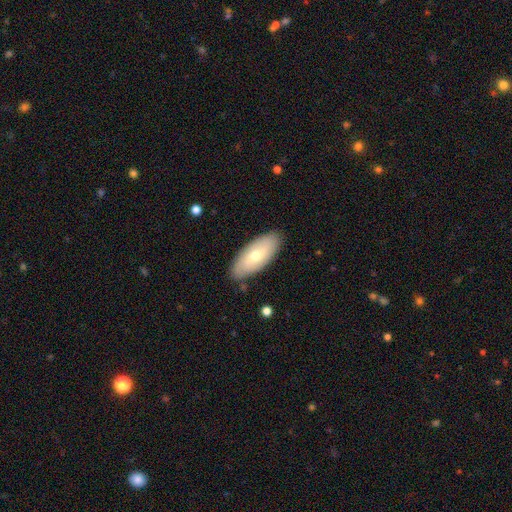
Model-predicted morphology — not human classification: A smooth galaxy with no disk features (54%) that is in between round and cigar-shaped (84%). Merging: none (86%).